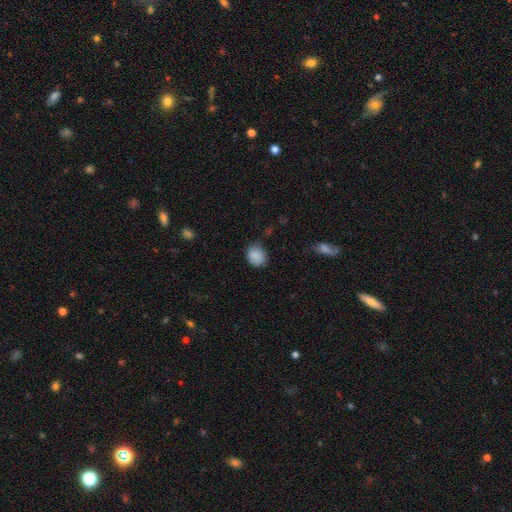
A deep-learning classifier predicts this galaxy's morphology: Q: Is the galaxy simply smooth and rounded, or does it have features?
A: smooth — 87%.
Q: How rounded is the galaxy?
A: round — 53%.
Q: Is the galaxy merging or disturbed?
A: none — 74%.